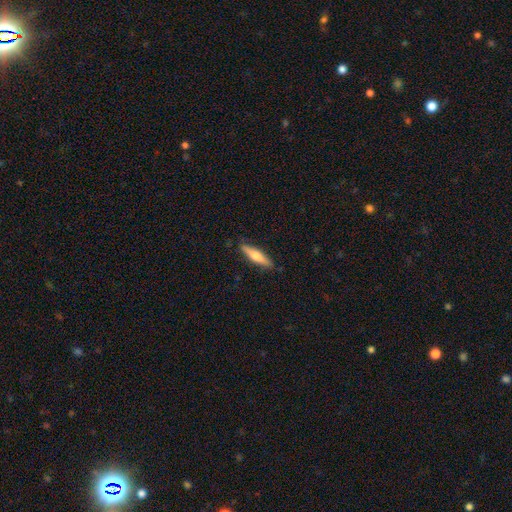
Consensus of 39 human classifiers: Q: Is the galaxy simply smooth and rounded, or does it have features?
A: featured or disk — 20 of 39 (51%).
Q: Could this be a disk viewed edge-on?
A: yes — 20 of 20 (100%).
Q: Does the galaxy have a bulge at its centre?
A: rounded — 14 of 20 (70%).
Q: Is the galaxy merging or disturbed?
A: none — 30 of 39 (77%).